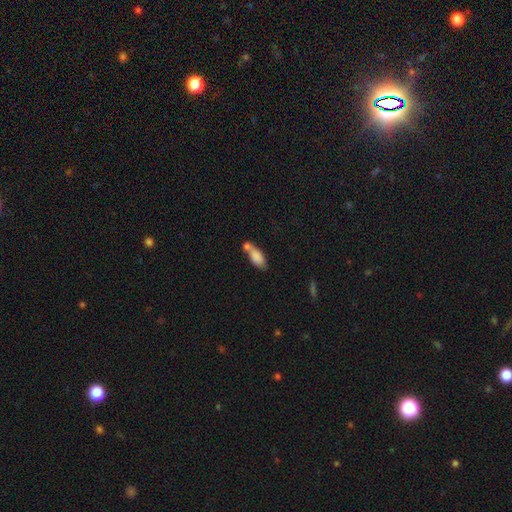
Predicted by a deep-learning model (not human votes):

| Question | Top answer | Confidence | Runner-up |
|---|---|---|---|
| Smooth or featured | smooth | 80% | featured or disk (12%) |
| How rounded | in between | 82% | cigar-shaped (14%) |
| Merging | merger | 51% | none (30%) |